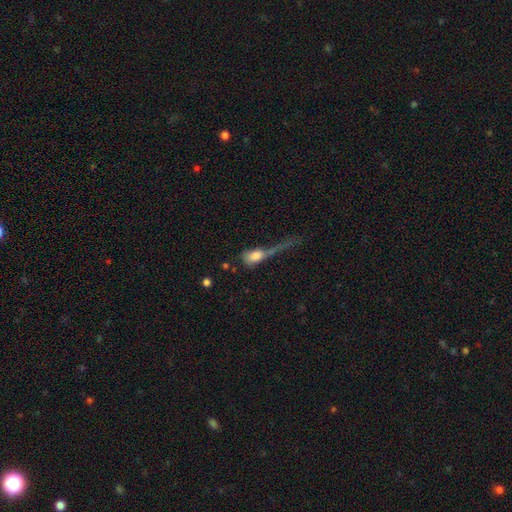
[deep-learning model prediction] This appears to be a smooth galaxy with no disk features (71%) that is in between round and cigar-shaped (76%). Merging: major disturbance (50%).